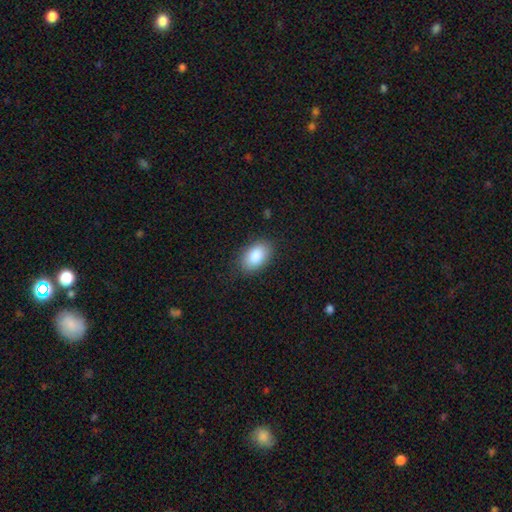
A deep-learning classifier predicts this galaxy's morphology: Smooth or featured?
  - smooth: 87% *
  - star or artifact: 7%
  - featured or disk: 6%
How rounded?
  - in between: 91% *
  - round: 8%
  - cigar-shaped: 1%
Merging?
  - none: 84% *
  - minor disturbance: 12%
  - major disturbance: 3%
  - merger: 1%